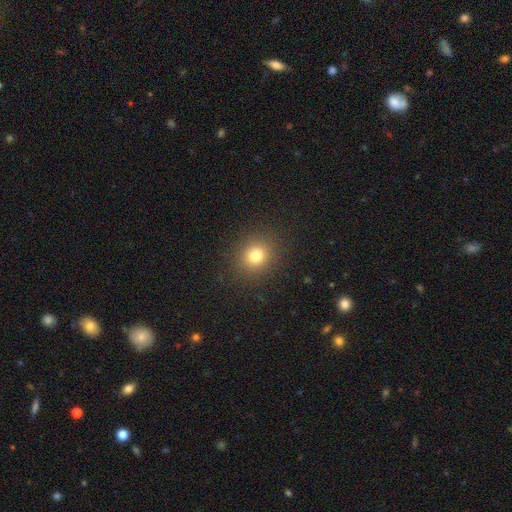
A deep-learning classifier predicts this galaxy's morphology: A smooth galaxy with no disk features (78%) that is round (83%).

Vote fractions:
- Smooth or featured? smooth: 78% / star or artifact: 15% / featured or disk: 7%
- How rounded? round: 83% / in between: 16% / cigar-shaped: 1%
- Merging? none: 89% / minor disturbance: 7% / major disturbance: 3% / merger: 1%